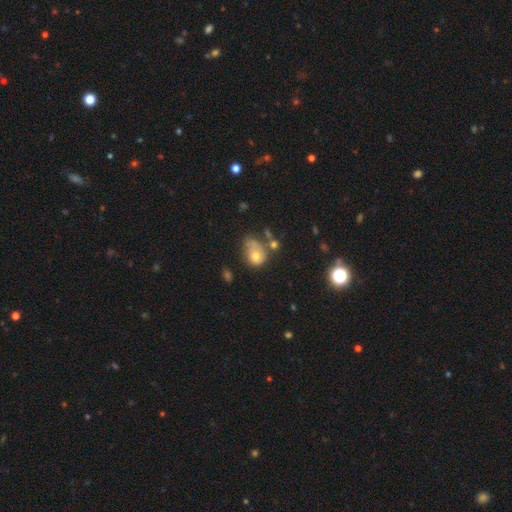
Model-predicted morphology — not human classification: Smooth or featured?
  - smooth: 66% *
  - featured or disk: 22%
  - star or artifact: 12%
How rounded?
  - in between: 58% *
  - round: 41%
  - cigar-shaped: 1%
Merging?
  - minor disturbance: 30% *
  - none: 28%
  - major disturbance: 25%
  - merger: 17%